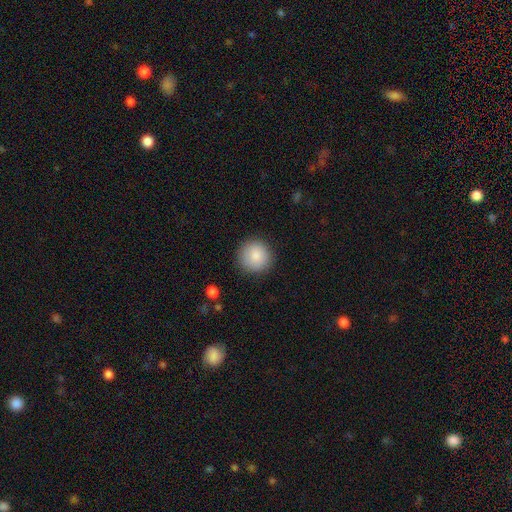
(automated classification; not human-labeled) Q: Smooth or featured?
A: smooth (87%); runner-up: star or artifact (7%)
Q: How rounded?
A: round (95%); runner-up: in between (4%)
Q: Merging?
A: none (89%); runner-up: minor disturbance (7%)